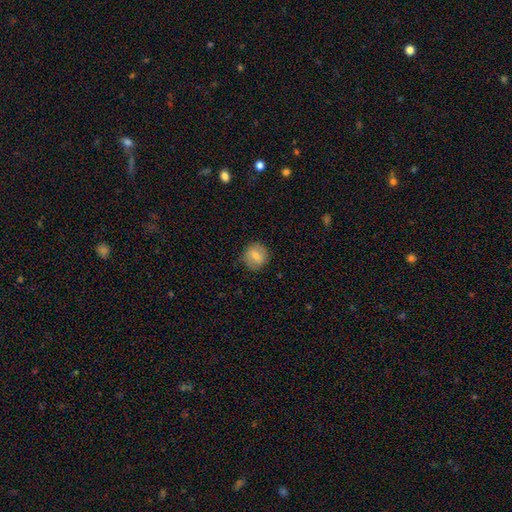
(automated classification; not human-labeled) Smooth or featured? smooth (73%)
How rounded? round (84%)
Merging? none (82%)